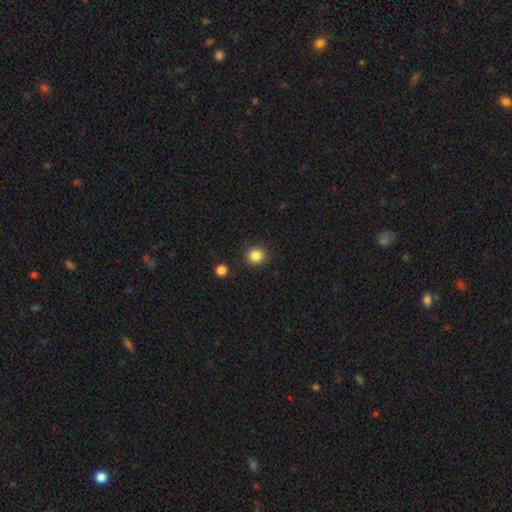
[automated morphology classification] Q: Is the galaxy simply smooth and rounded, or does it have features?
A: smooth — 85%.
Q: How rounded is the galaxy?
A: round — 87%.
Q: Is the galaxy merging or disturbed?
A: none — 89%.